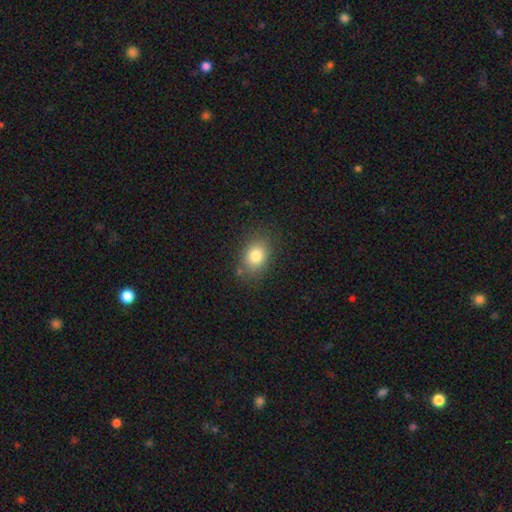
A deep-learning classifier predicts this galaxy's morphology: This appears to be a smooth galaxy with no disk features (81%) that is in between round and cigar-shaped (70%). Merging: none (80%).